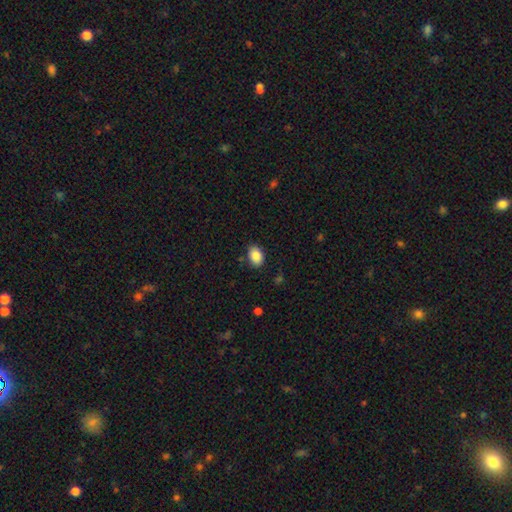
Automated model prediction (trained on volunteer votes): Smooth or featured? Predicted: smooth (p=0.86). How rounded? Predicted: in between (p=0.78). Merging? Predicted: none (p=0.84).